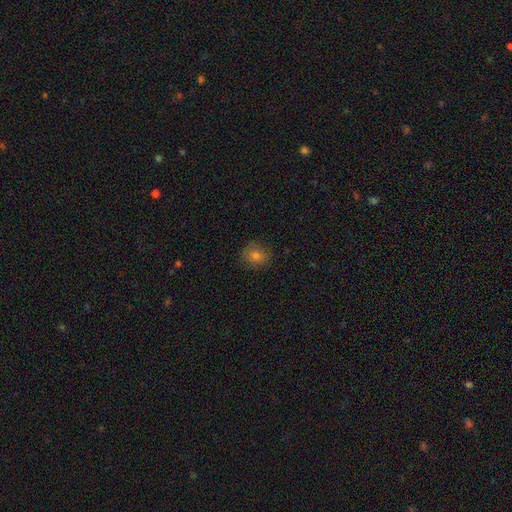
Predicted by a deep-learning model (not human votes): This appears to be a smooth galaxy with no disk features (72%) that is round (77%). Merging: none (83%).